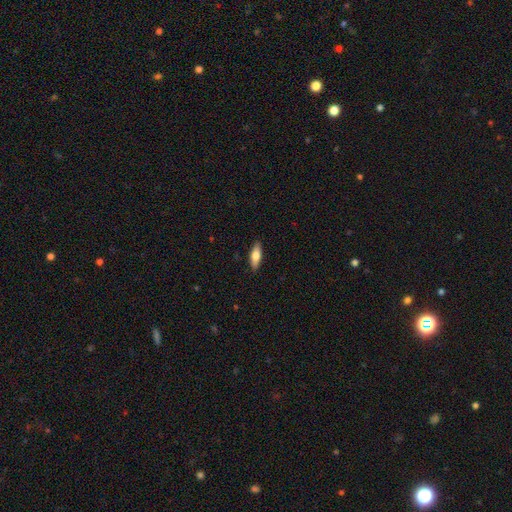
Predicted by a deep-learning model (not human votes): This is likely a smooth galaxy (67%). How rounded: possibly in between (55%). Merging: clearly none (89%).